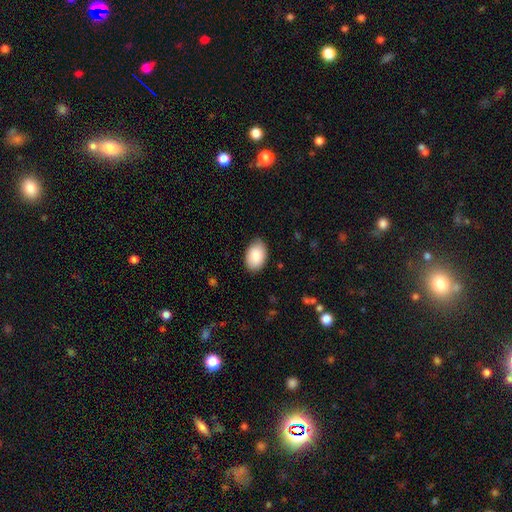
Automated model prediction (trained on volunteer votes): Overall: smooth (87%). How rounded: in between (90%). Merging: none (84%).